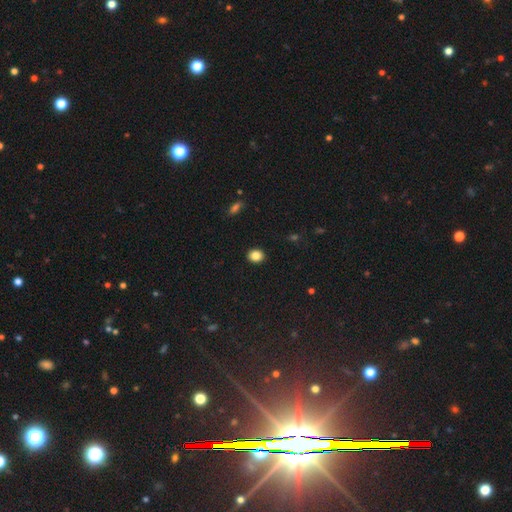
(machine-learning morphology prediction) smooth_or_featured: smooth (p=0.86) [alt: star or artifact p=0.10]
how_rounded: round (p=0.65) [alt: in between p=0.34]
merging: none (p=0.91) [alt: minor disturbance p=0.06]